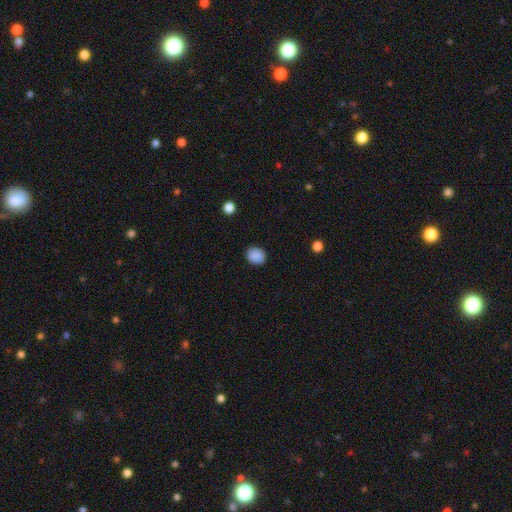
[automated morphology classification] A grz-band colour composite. It shows a smooth galaxy with no disk features (88%) that is round (62%). Merging: none (88%).